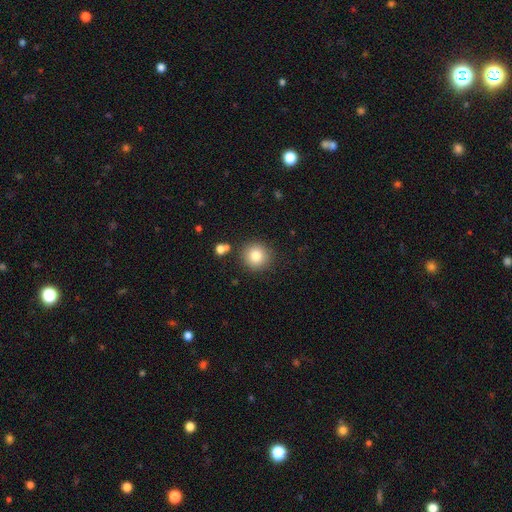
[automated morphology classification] Q: Smooth or featured?
A: smooth (82%); runner-up: star or artifact (11%)
Q: How rounded?
A: round (93%); runner-up: in between (6%)
Q: Merging?
A: none (86%); runner-up: minor disturbance (8%)